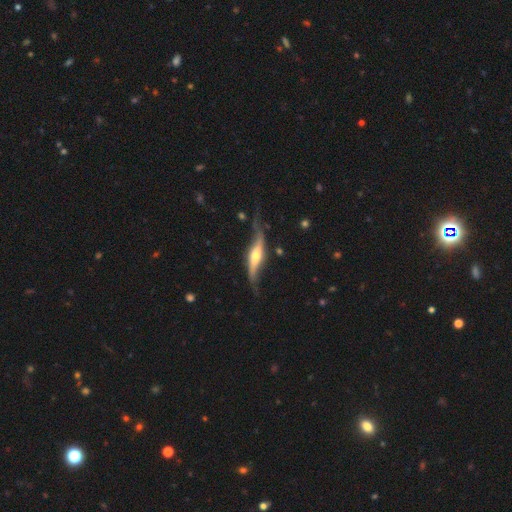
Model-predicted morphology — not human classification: Smooth or featured: featured or disk — 74% (smooth — 21%)
Edge-on disk: yes — 65% (no — 35%)
Merging: none — 48% (minor disturbance — 28%)